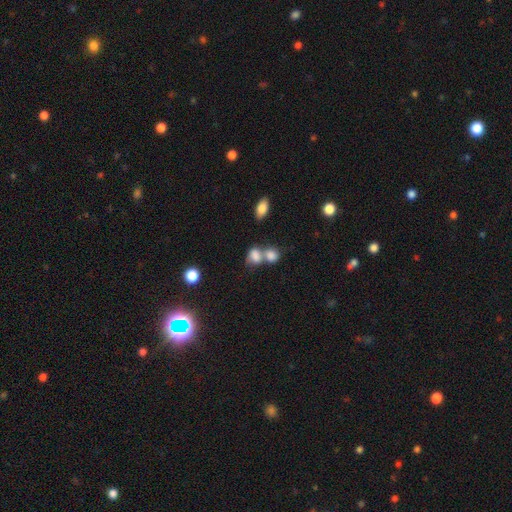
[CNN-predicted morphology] Smooth or featured: smooth — 79% (featured or disk — 11%)
How rounded: in between — 66% (round — 32%)
Merging: merger — 60% (none — 24%)